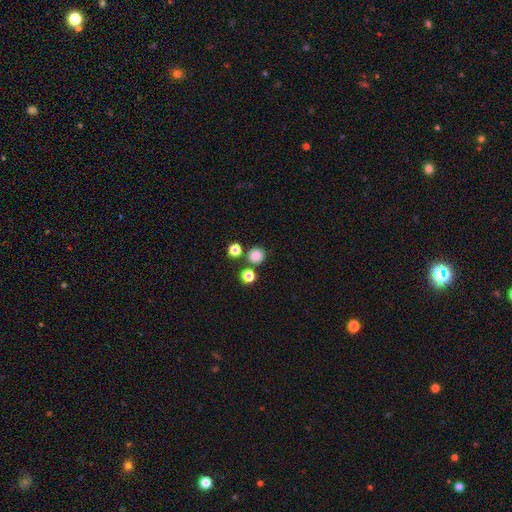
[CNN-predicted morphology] smooth-or-featured: smooth: 83% | star or artifact: 13% | featured or disk: 4%
  how-rounded: round: 92% | in between: 7% | cigar-shaped: 1%
  merging: none: 77% | merger: 13% | minor disturbance: 7% | major disturbance: 3%